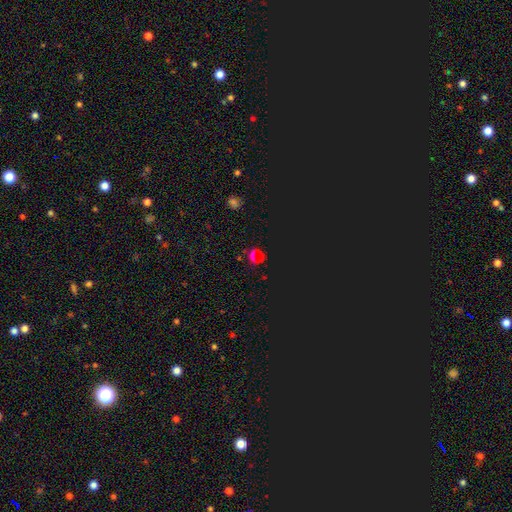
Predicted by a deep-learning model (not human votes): Smooth or featured? Predicted: star or artifact (p=0.61).